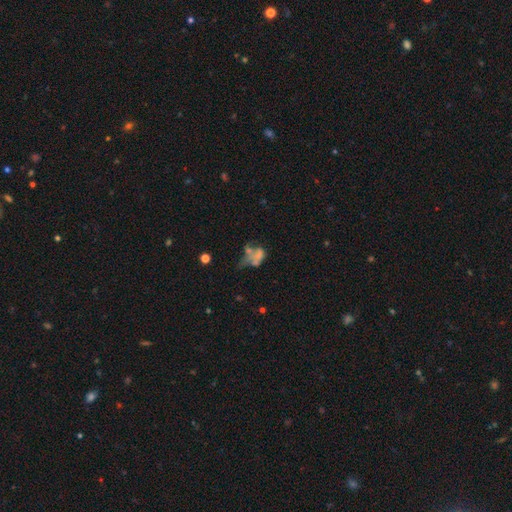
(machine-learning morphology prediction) Smooth or featured? Predicted: smooth (p=0.43). Merging? Predicted: major disturbance (p=0.35).